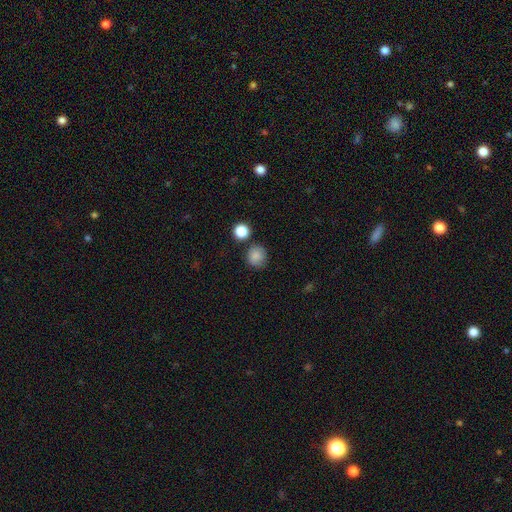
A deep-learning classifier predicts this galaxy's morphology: smooth_or_featured: smooth (p=0.86) [alt: star or artifact p=0.10]
how_rounded: round (p=0.88) [alt: in between p=0.11]
merging: none (p=0.81) [alt: minor disturbance p=0.11]